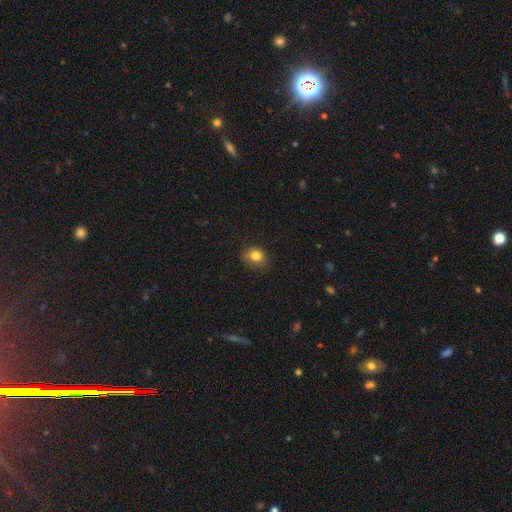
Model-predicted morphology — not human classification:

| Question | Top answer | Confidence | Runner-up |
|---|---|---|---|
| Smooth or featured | smooth | 83% | star or artifact (11%) |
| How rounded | round | 64% | in between (35%) |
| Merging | none | 77% | minor disturbance (18%) |